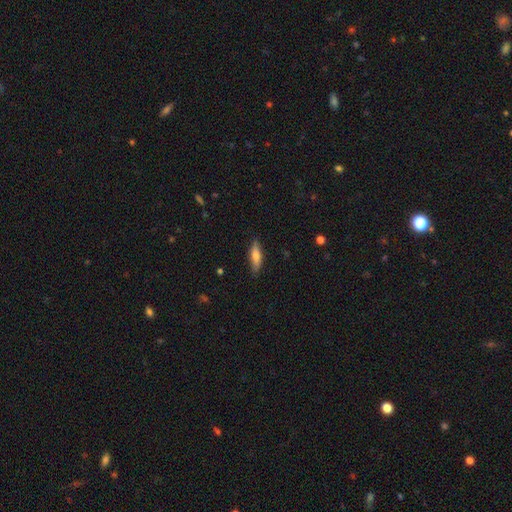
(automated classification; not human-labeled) A smooth galaxy with no disk features (66%) that is cigar-shaped (63%).

Vote fractions:
- Smooth or featured? smooth: 66% / featured or disk: 28% / star or artifact: 6%
- How rounded? cigar-shaped: 63% / in between: 35% / round: 2%
- Merging? none: 85% / minor disturbance: 12% / major disturbance: 2% / merger: 1%